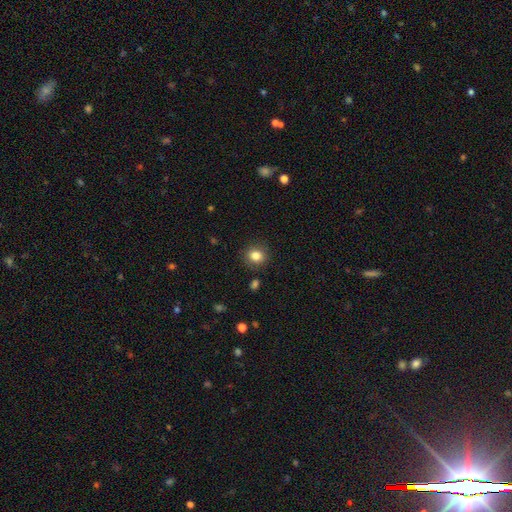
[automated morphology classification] smooth 83%, star or artifact 11%, featured or disk 6%. Down the decision tree: how rounded — round (76%); merging — none (87%).